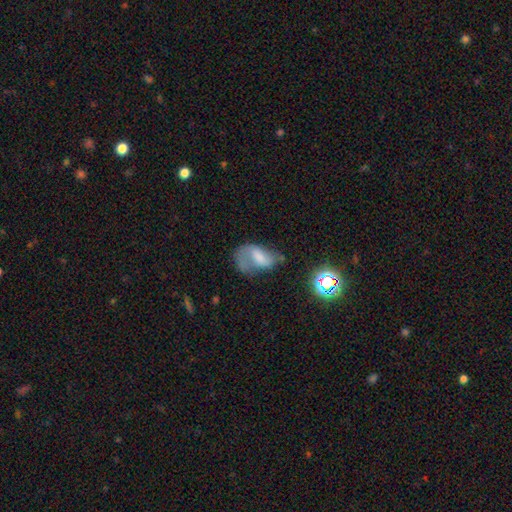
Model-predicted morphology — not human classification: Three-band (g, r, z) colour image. It shows a featured or disk galaxy (48%). Merging: major disturbance (34%, tied with none).